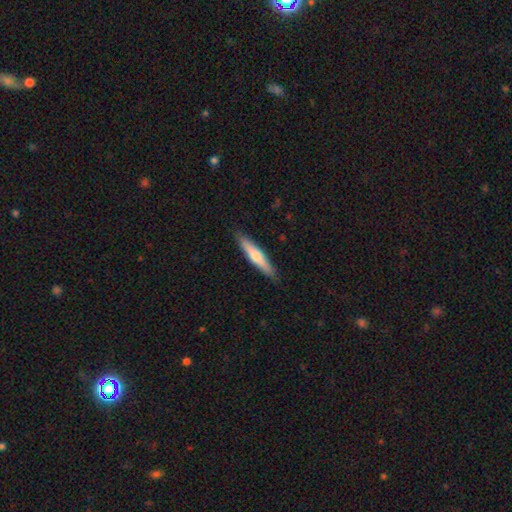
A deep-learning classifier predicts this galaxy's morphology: smooth 57%, featured or disk 38%, star or artifact 5%. Down the decision tree: how rounded — cigar-shaped (88%); merging — none (88%).